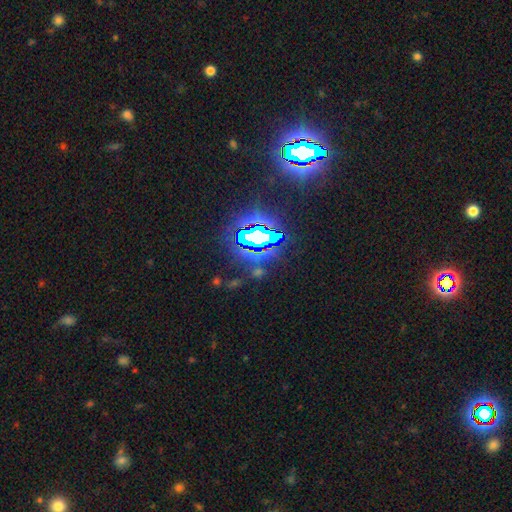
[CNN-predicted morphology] Smooth or featured? star or artifact (82%)